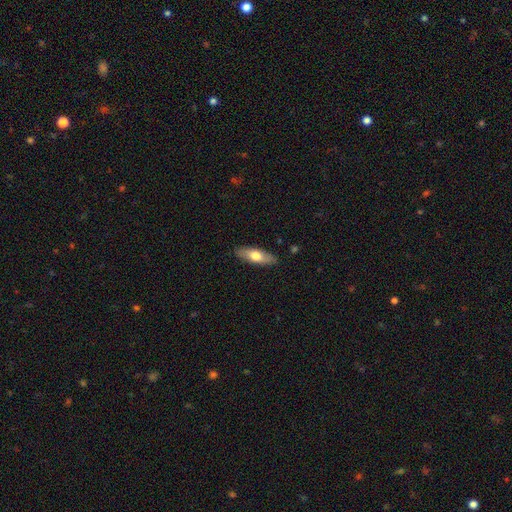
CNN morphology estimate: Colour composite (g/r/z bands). It shows a smooth galaxy with no disk features (65%) that is in between round and cigar-shaped (60%). Merging: none (88%).